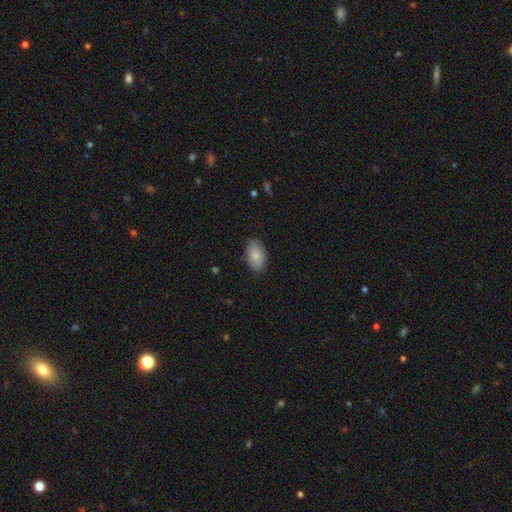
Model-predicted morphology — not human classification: A smooth galaxy with no disk features (84%) that is in between round and cigar-shaped (92%).

Vote fractions:
- Smooth or featured? smooth: 84% / featured or disk: 9% / star or artifact: 6%
- How rounded? in between: 92% / round: 6% / cigar-shaped: 1%
- Merging? none: 85% / minor disturbance: 11% / major disturbance: 2% / merger: 1%